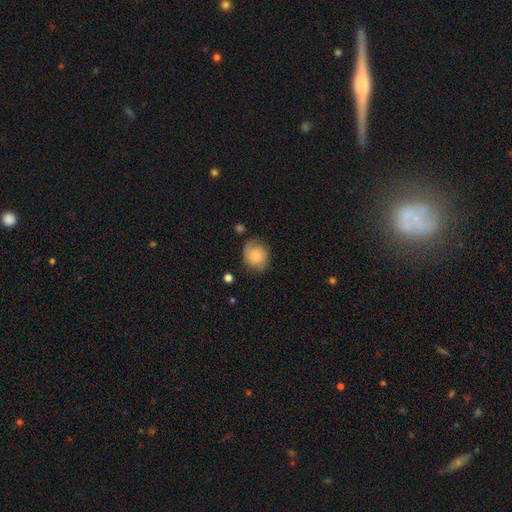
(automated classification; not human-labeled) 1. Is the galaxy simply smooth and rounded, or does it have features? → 60% smooth, 33% featured or disk, 8% star or artifact.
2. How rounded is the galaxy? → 66% round, 33% in between, 1% cigar-shaped.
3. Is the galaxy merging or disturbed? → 67% none, 23% minor disturbance, 7% major disturbance, 2% merger.